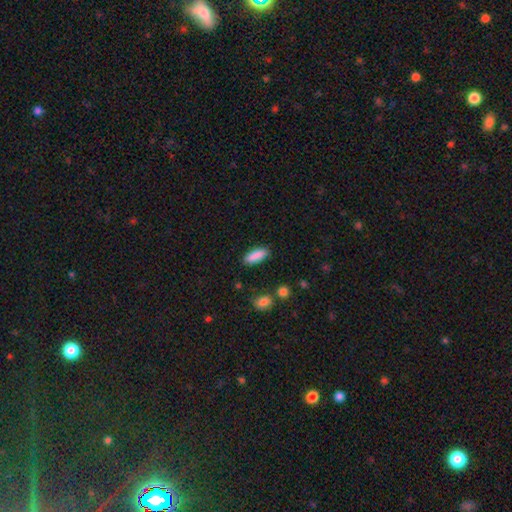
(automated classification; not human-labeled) Smooth or featured? Predicted: smooth (p=0.88). How rounded? Predicted: in between (p=0.62). Merging? Predicted: none (p=0.86).